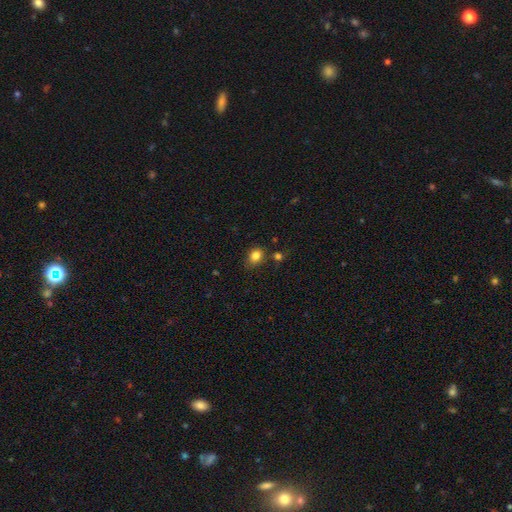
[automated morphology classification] smooth 82%, star or artifact 11%, featured or disk 6%. Down the decision tree: how rounded — in between (52%); merging — none (75%).